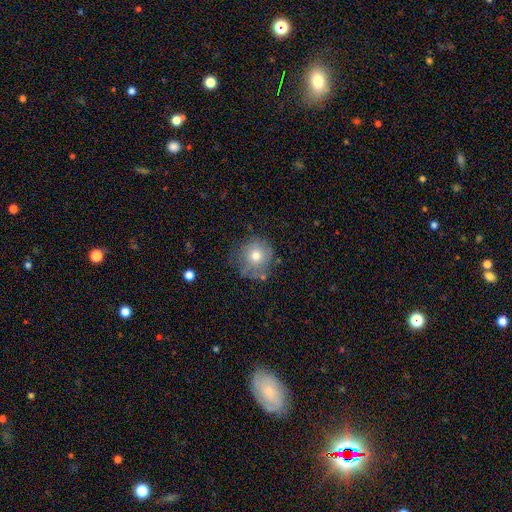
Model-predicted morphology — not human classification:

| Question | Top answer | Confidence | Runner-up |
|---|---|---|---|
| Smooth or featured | smooth | 70% | featured or disk (19%) |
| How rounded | round | 91% | in between (8%) |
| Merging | none | 66% | minor disturbance (22%) |